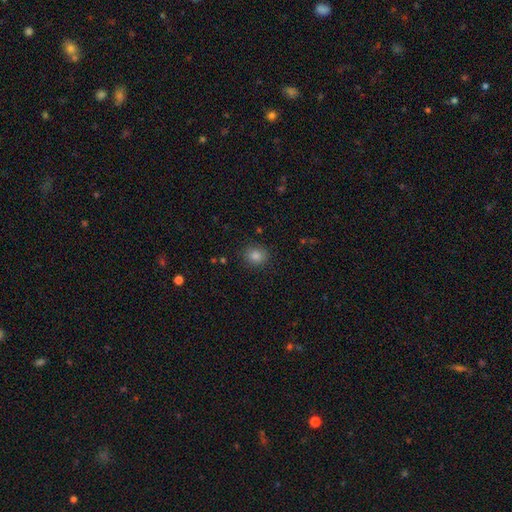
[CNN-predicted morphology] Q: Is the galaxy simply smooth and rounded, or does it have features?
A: smooth — 80%.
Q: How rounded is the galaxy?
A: round — 71%.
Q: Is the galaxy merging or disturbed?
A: none — 89%.